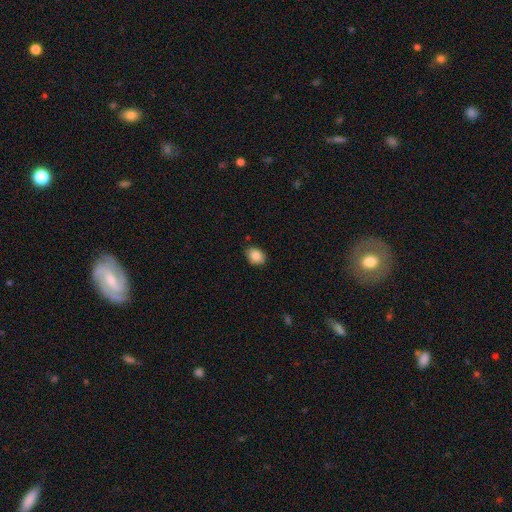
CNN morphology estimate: Smooth or featured? smooth (86%)
How rounded? in between (64%)
Merging? none (86%)